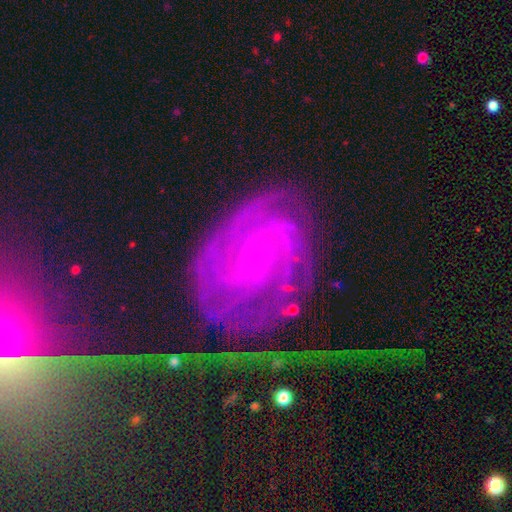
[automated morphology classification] Smooth or featured? Predicted: featured or disk (p=0.81). Edge-on disk? Predicted: no (p=0.97). Bar? Predicted: no (p=0.73). Spiral arms? Predicted: yes (p=0.97). Spiral winding? Predicted: tight (p=0.75). Spiral arm count? Predicted: 2 (p=0.25, tied with can't tell). Bulge size? Predicted: small (p=0.89). Merging? Predicted: none (p=0.62).